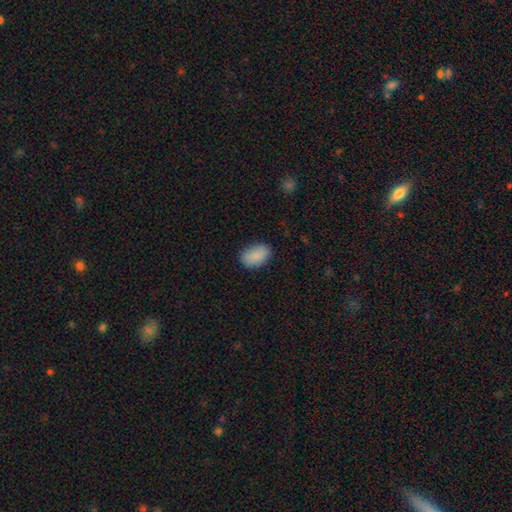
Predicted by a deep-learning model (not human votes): Morphology: type=smooth (87%); roundness=in between (89%); merging=none (83%).